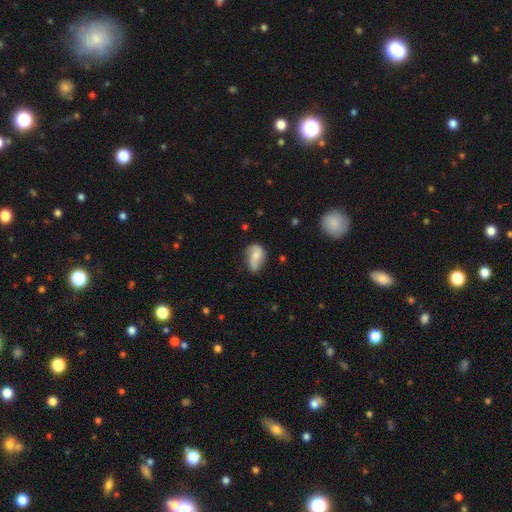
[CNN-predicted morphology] type=featured or disk (48%); merging=none (54%).